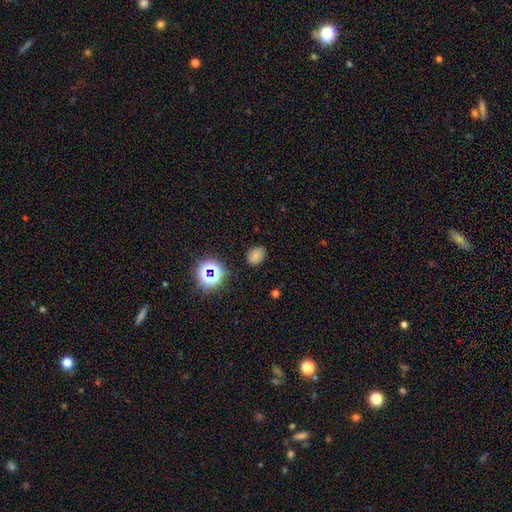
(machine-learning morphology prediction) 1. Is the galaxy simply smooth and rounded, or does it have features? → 70% smooth, 20% star or artifact, 10% featured or disk.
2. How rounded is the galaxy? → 69% in between, 30% round, 1% cigar-shaped.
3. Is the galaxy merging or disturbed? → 82% none, 13% minor disturbance, 4% major disturbance, 2% merger.